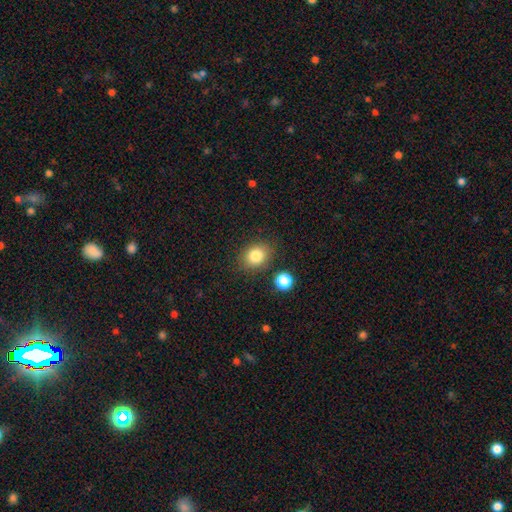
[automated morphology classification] Overall: smooth (83%). How rounded: round (53%; in between 46%). Merging: none (81%).